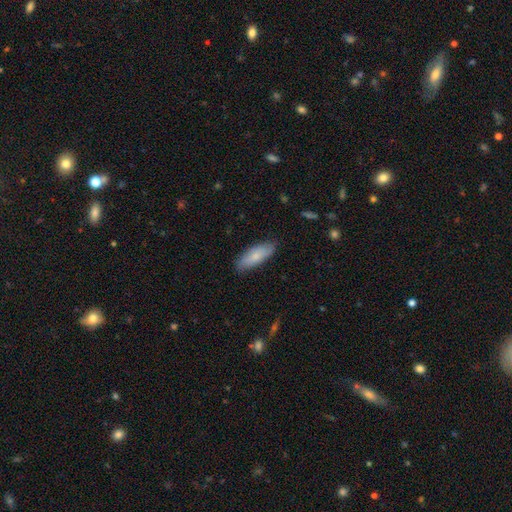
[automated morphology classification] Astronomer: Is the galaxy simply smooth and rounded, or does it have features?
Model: smooth — 77%.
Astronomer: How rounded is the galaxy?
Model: in between — 67%.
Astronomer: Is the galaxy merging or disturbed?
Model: none — 83%.